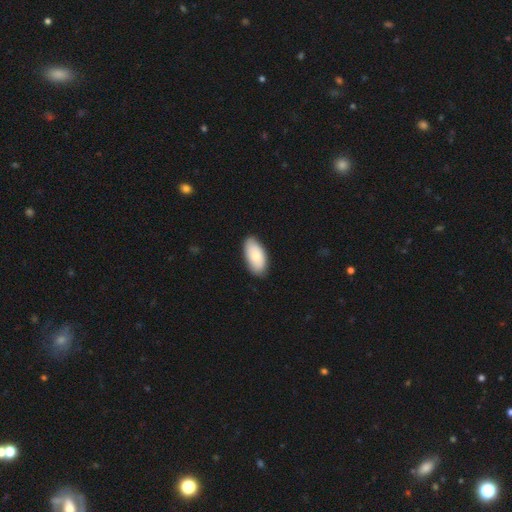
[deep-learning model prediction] A smooth galaxy with no disk features (78%) that is in between round and cigar-shaped (95%). Merging: none (84%).